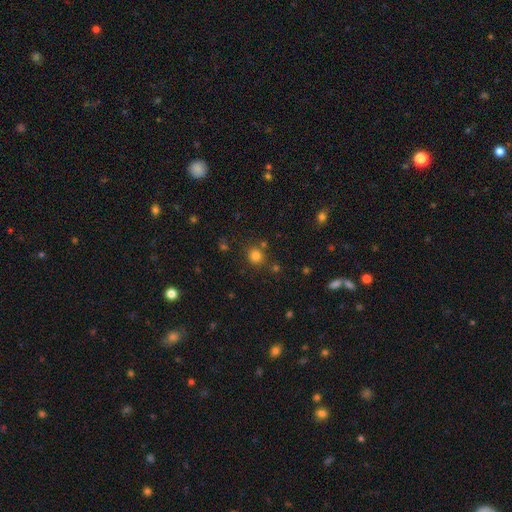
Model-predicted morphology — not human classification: This appears to be a smooth galaxy with no disk features (79%) that is round (88%). Merging: none (80%).